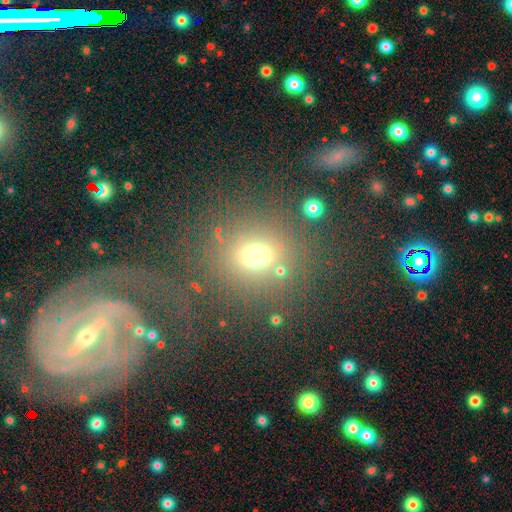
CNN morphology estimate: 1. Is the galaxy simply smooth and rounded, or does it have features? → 65% smooth, 24% star or artifact, 11% featured or disk.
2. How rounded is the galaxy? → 72% round, 26% in between, 2% cigar-shaped.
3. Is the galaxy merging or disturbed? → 76% none, 10% minor disturbance, 7% major disturbance, 6% merger.